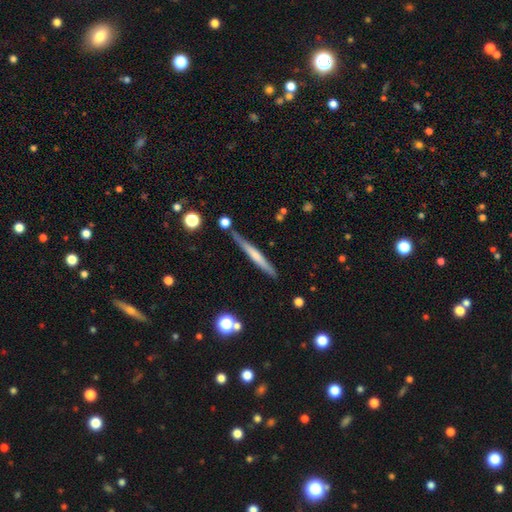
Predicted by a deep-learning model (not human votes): This appears to be a smooth galaxy with no disk features (48%). Merging: none (80%).